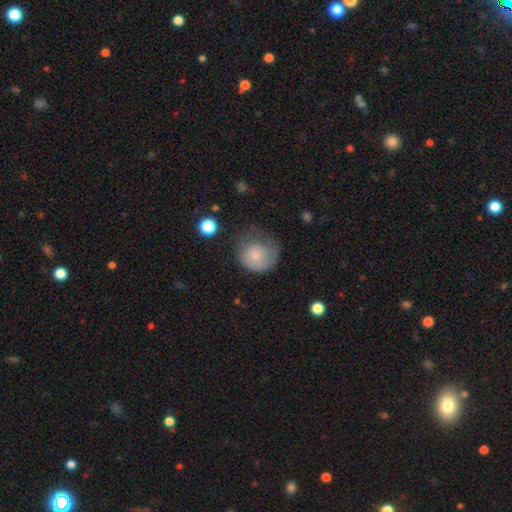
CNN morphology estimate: smooth 76%, featured or disk 16%, star or artifact 8%. Down the decision tree: how rounded — round (80%); merging — none (36%).